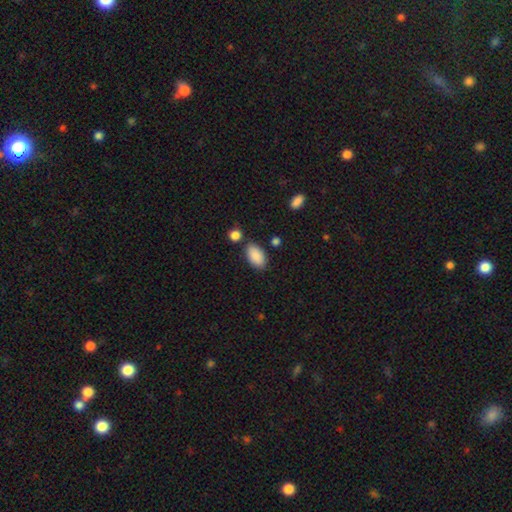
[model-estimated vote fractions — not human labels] A smooth galaxy with no disk features (90%) that is in between round and cigar-shaped (94%). Merging: none (79%).